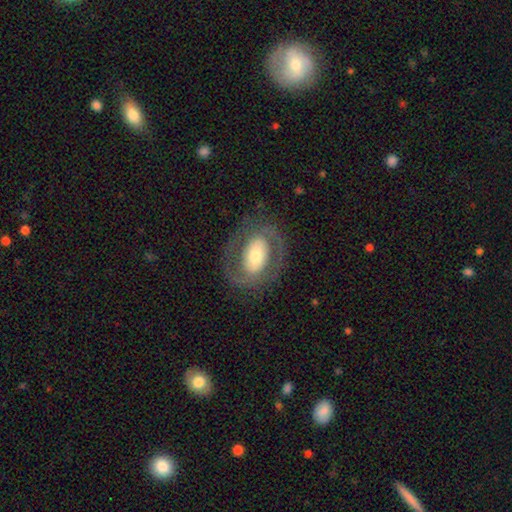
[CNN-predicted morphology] A featured or disk galaxy (68%) with no bar (41%), spiral arms (66%) and a moderate central bulge (52%). Merging: none (77%).